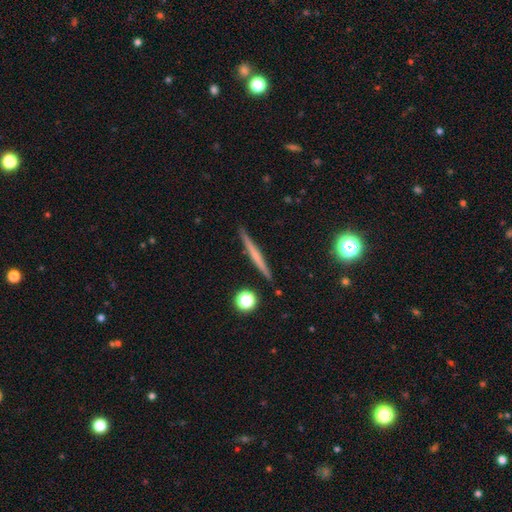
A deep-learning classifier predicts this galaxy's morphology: Smooth or featured?
  - featured or disk: 50% *
  - smooth: 43%
  - star or artifact: 8%
Merging?
  - none: 91% *
  - minor disturbance: 6%
  - merger: 1%
  - major disturbance: 1%